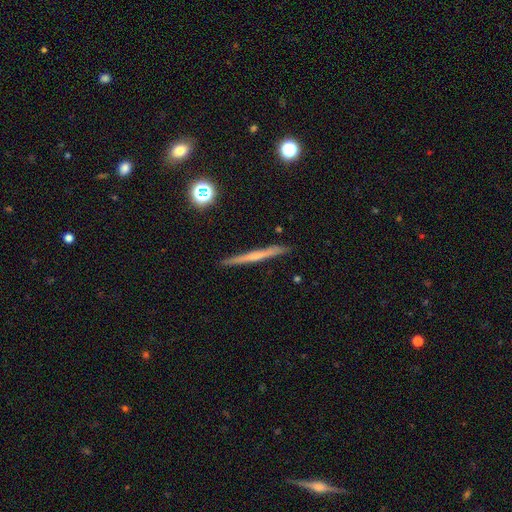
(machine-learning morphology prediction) featured or disk 57%, smooth 35%, star or artifact 8%. Down the decision tree: edge-on disk — yes (97%); edge-on bulge — none (63%); merging — none (91%).